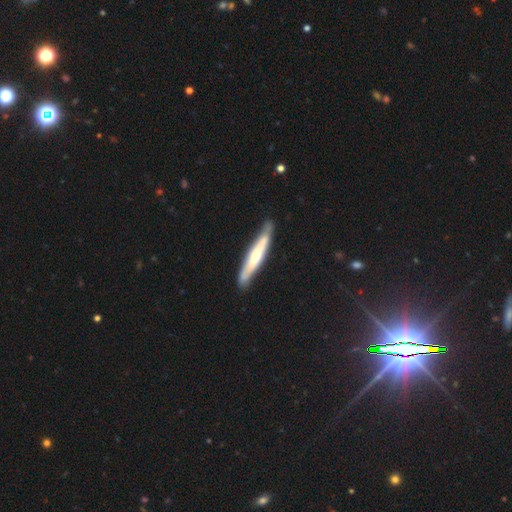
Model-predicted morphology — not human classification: Smooth or featured? Predicted: featured or disk (p=0.59). Edge-on disk? Predicted: yes (p=0.83). Merging? Predicted: none (p=0.81).